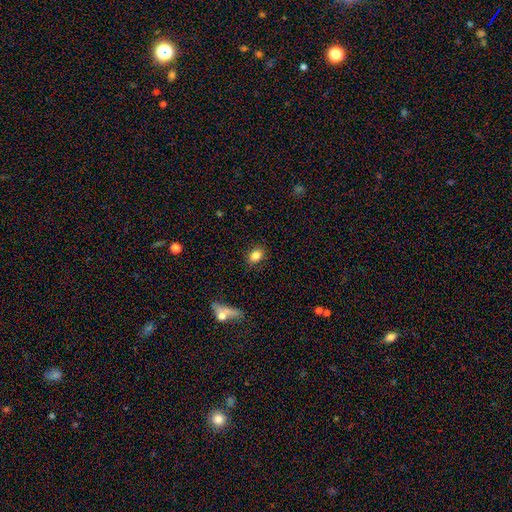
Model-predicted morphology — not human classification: A smooth galaxy with no disk features (84%) that is in between round and cigar-shaped (66%). Merging: none (85%).